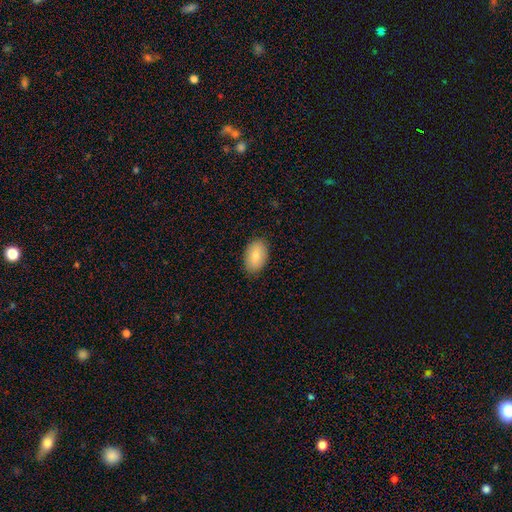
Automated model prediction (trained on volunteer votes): smooth-or-featured: smooth: 80% | featured or disk: 13% | star or artifact: 6%
  how-rounded: in between: 92% | round: 7% | cigar-shaped: 1%
  merging: none: 87% | minor disturbance: 10% | major disturbance: 2% | merger: 1%